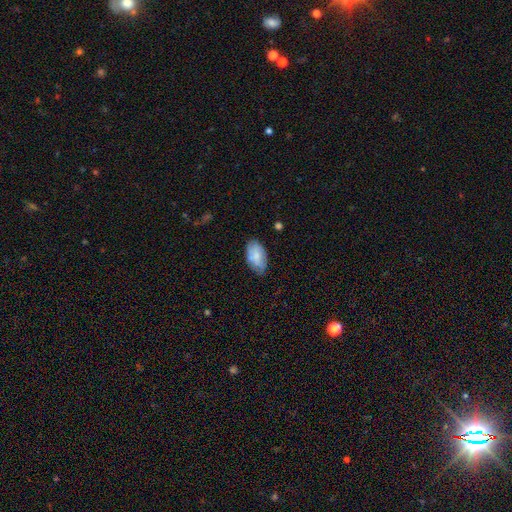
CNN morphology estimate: A smooth galaxy with no disk features (77%) that is in between round and cigar-shaped (95%). Merging: none (66%).